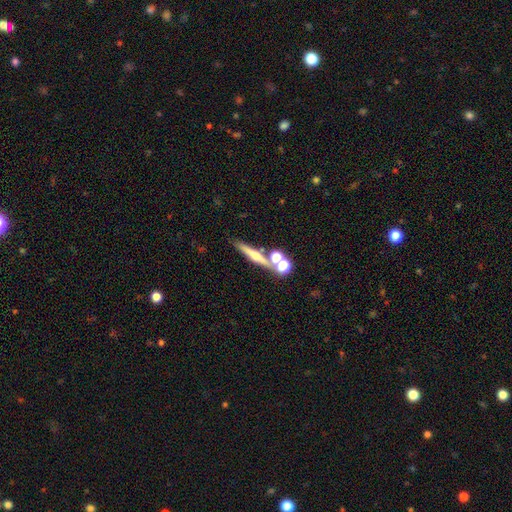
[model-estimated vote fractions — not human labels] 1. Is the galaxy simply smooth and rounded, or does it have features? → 48% featured or disk, 39% smooth, 12% star or artifact.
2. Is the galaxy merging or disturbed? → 65% none, 22% merger, 9% minor disturbance, 4% major disturbance.